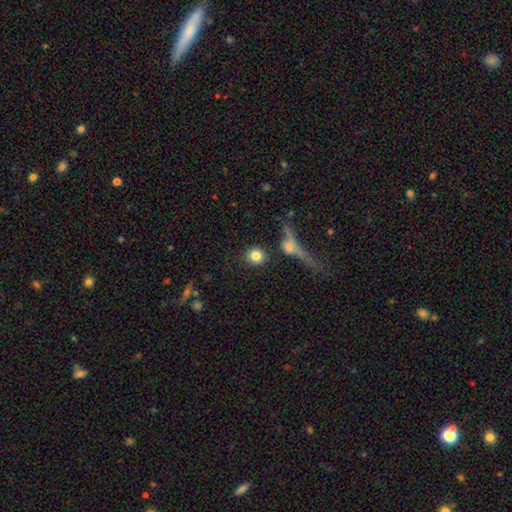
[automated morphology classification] A smooth galaxy with no disk features (80%) that is round (90%). Merging: none (77%).